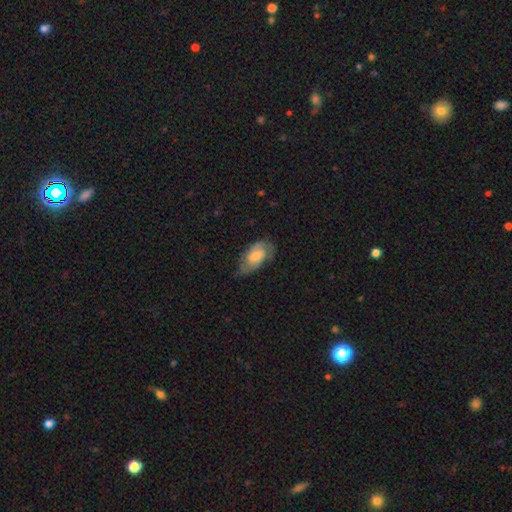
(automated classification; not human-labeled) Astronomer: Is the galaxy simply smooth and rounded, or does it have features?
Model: smooth — 50% (runner-up: featured or disk, 43%).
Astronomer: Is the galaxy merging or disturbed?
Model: none — 55% (runner-up: minor disturbance, 31%).